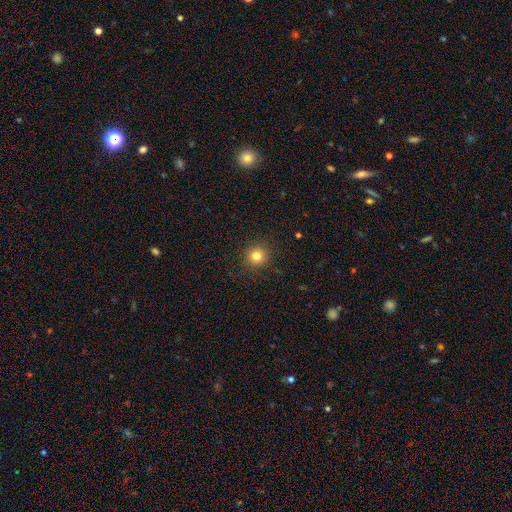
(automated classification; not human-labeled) The model was most divided on "smooth or featured": smooth: 80%, star or artifact: 14%, featured or disk: 6%. More confident: how rounded — round (94%); merging — none (91%).